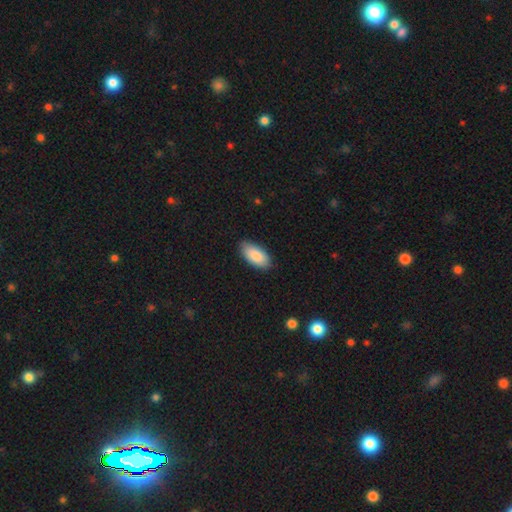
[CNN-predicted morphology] Q: Smooth or featured?
A: smooth (88%); runner-up: featured or disk (7%)
Q: How rounded?
A: in between (93%); runner-up: cigar-shaped (5%)
Q: Merging?
A: none (85%); runner-up: minor disturbance (12%)